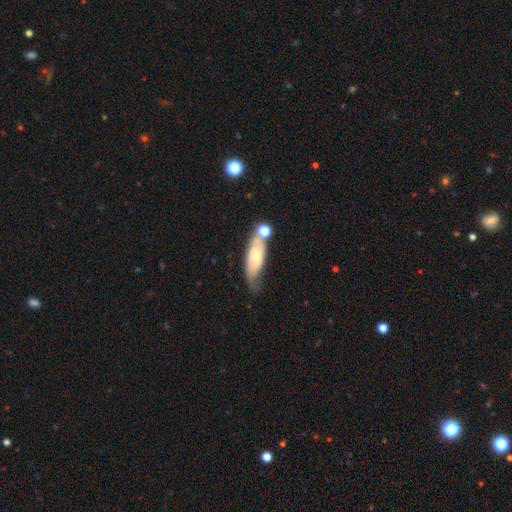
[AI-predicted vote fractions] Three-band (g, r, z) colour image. It shows a smooth galaxy with no disk features (47%). Merging: none (43%).